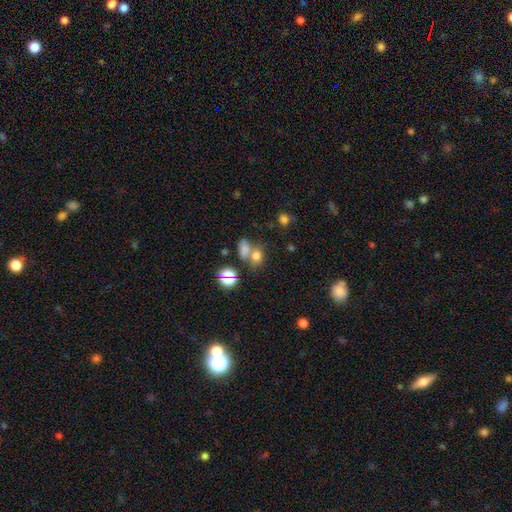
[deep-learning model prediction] Smooth or featured?
  - smooth: 69% *
  - star or artifact: 21%
  - featured or disk: 10%
How rounded?
  - in between: 58% *
  - round: 40%
  - cigar-shaped: 2%
Merging?
  - merger: 44% *
  - none: 41%
  - minor disturbance: 10%
  - major disturbance: 6%